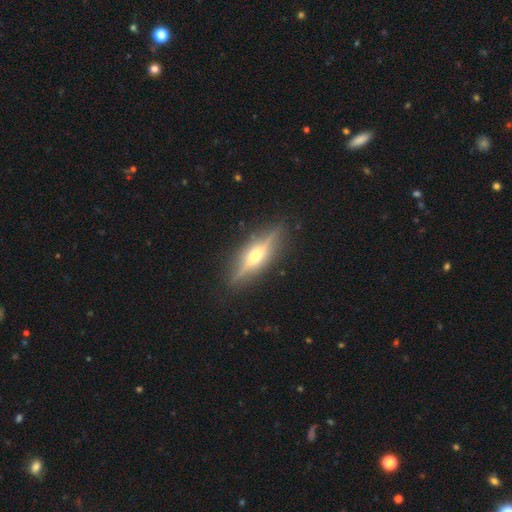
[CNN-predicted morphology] This appears to be a featured or disk galaxy (75%) viewed edge-on (95%) with a rounded central bulge (92%). Merging: none (87%).